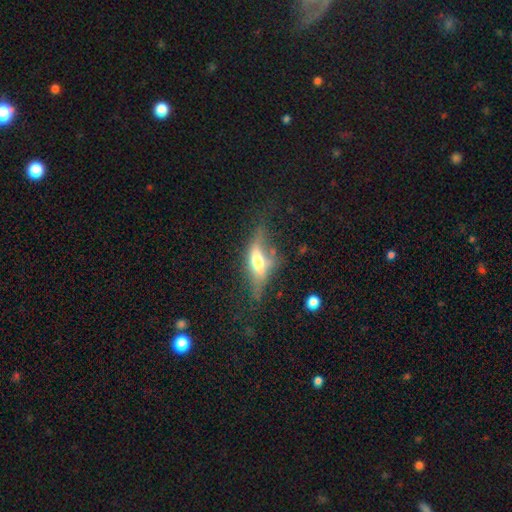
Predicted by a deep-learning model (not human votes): This is possibly a featured or disk galaxy (52%). It is likely viewed edge-on (69%). Merging: possibly none (45%).